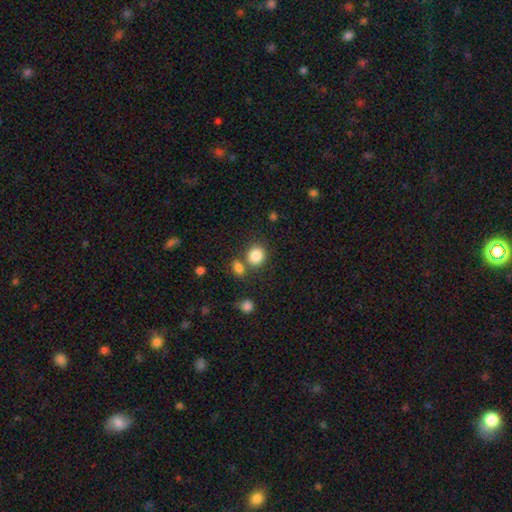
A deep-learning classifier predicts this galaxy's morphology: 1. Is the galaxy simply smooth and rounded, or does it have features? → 85% smooth, 10% star or artifact, 5% featured or disk.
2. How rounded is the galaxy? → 76% round, 23% in between, 1% cigar-shaped.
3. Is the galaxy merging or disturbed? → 67% none, 20% merger, 10% minor disturbance, 4% major disturbance.